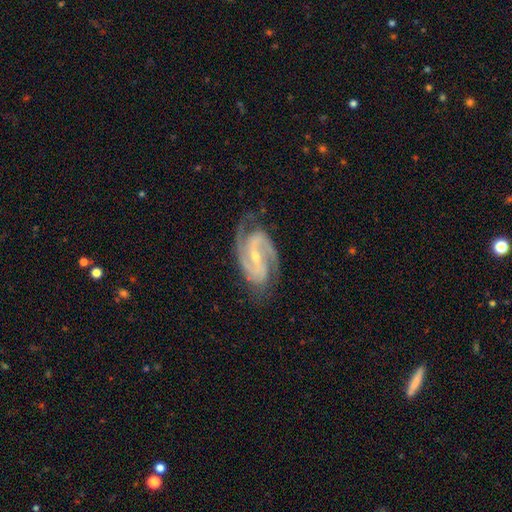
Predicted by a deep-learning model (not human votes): Smooth or featured? featured or disk (92%)
Edge-on disk? no (97%)
Bar? weak (41%)
Spiral arms? yes (98%)
Spiral winding? medium (53%)
Spiral arm count? 2 (79%)
Bulge size? small (66%)
Merging? none (75%)